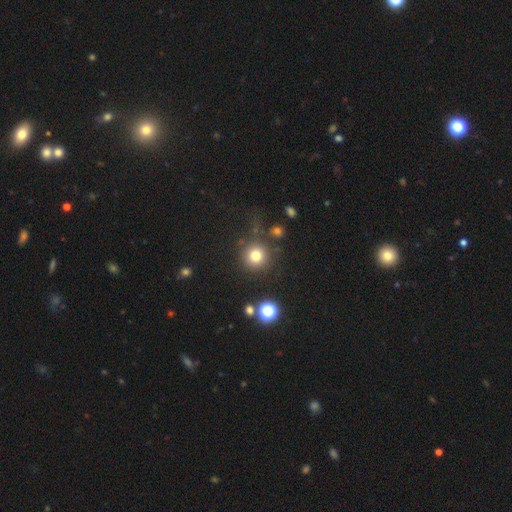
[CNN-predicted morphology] A smooth galaxy with no disk features (78%) that is round (94%).

Vote fractions:
- Smooth or featured? smooth: 78% / star or artifact: 15% / featured or disk: 7%
- How rounded? round: 94% / in between: 5% / cigar-shaped: 1%
- Merging? none: 82% / minor disturbance: 9% / major disturbance: 5% / merger: 4%